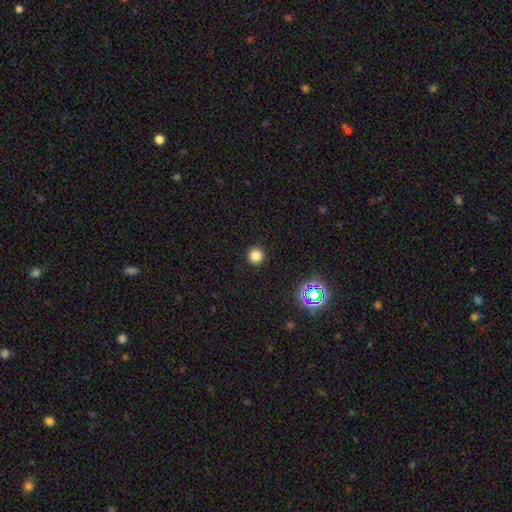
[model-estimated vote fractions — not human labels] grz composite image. It shows a smooth galaxy with no disk features (81%) that is round (96%). Merging: none (92%).